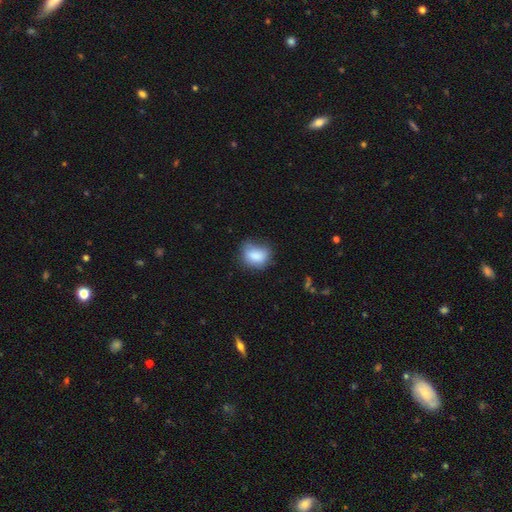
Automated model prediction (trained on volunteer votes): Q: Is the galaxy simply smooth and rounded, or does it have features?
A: smooth — 83%.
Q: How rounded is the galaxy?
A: in between — 57%.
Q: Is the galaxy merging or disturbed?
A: none — 54%.